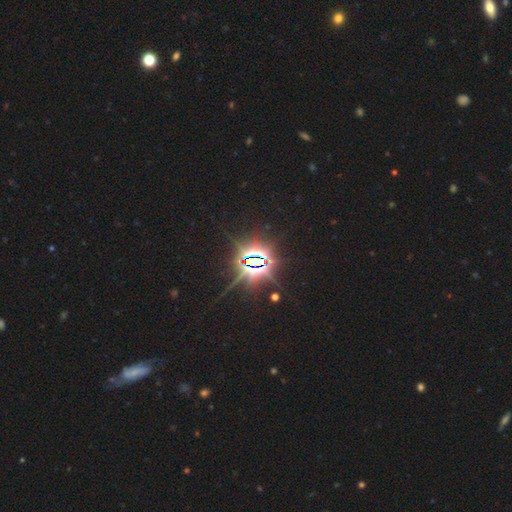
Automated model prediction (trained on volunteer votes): Smooth or featured? Predicted: star or artifact (p=0.84).